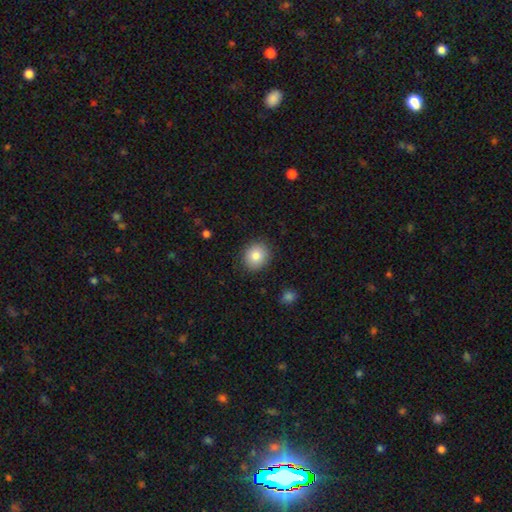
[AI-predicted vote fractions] Smooth or featured? smooth (83%)
How rounded? round (77%)
Merging? none (89%)